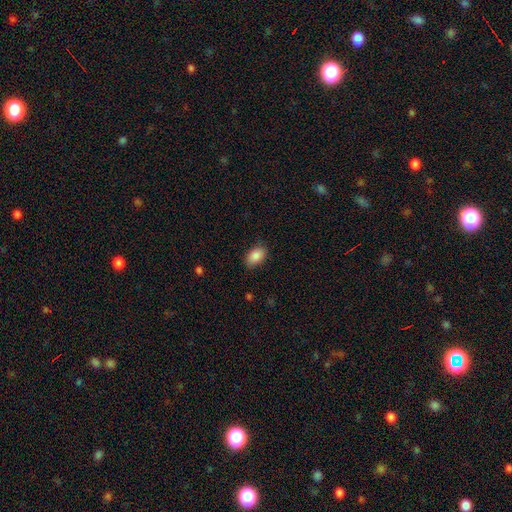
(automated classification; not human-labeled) smooth_or_featured: smooth (p=0.87) [alt: star or artifact p=0.07]
how_rounded: in between (p=0.90) [alt: round p=0.09]
merging: none (p=0.85) [alt: minor disturbance p=0.12]